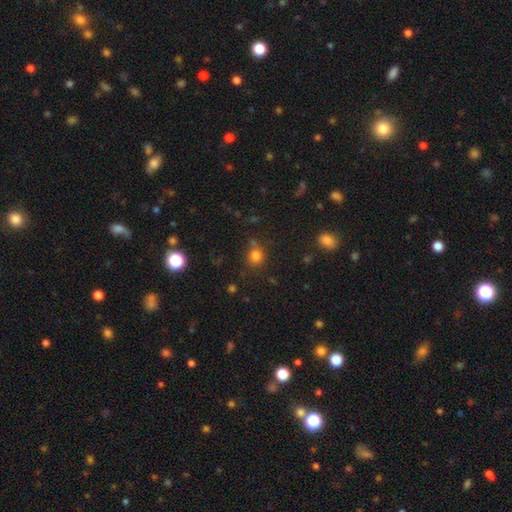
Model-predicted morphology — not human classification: This is likely a smooth galaxy (79%). How rounded: clearly round (84%). Merging: likely none (68%).